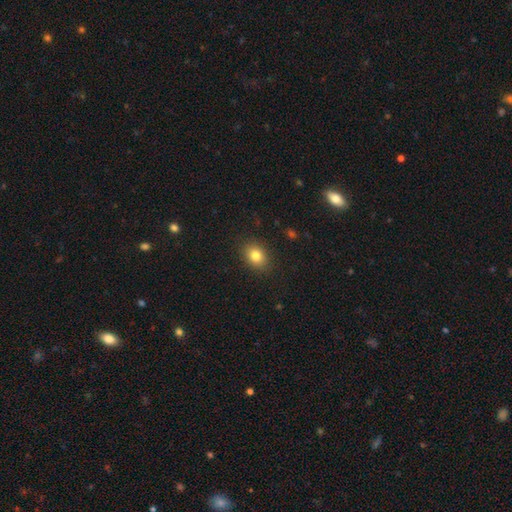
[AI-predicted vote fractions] The model was most divided on "how rounded": in between: 62%, round: 36%, cigar-shaped: 1%. More confident: merging — none (88%); smooth or featured — smooth (82%).